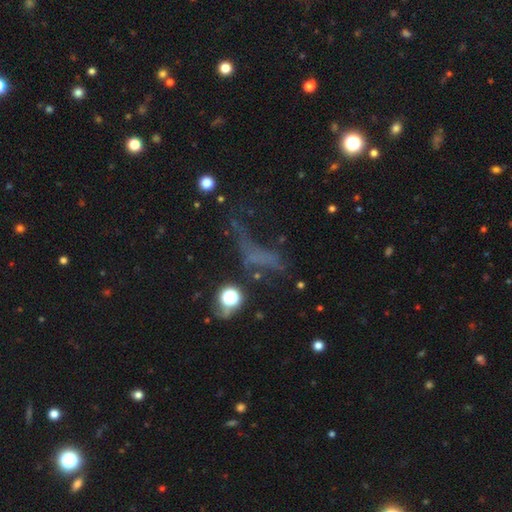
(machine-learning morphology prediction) The model was most divided on "smooth or featured": smooth: 36%, star or artifact: 35%, featured or disk: 29%. Remaining: merging — major disturbance (41%).